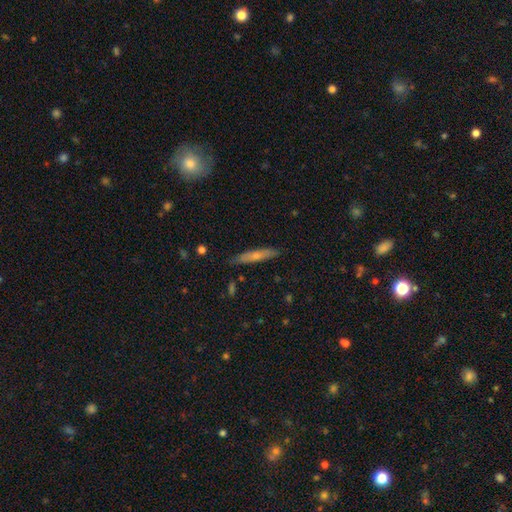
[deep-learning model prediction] smooth_or_featured: smooth (p=0.62) [alt: featured or disk p=0.31]
how_rounded: cigar-shaped (p=0.89) [alt: in between p=0.09]
merging: none (p=0.84) [alt: minor disturbance p=0.12]